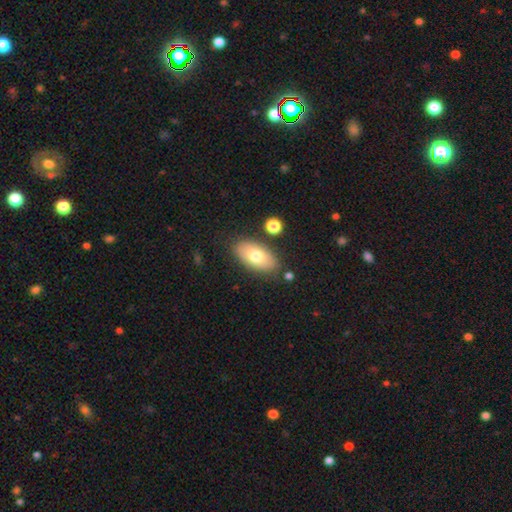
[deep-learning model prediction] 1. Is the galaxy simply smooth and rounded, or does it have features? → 72% smooth, 21% featured or disk, 7% star or artifact.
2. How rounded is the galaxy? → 92% in between, 4% round, 4% cigar-shaped.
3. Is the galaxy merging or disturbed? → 81% none, 12% minor disturbance, 4% merger, 3% major disturbance.